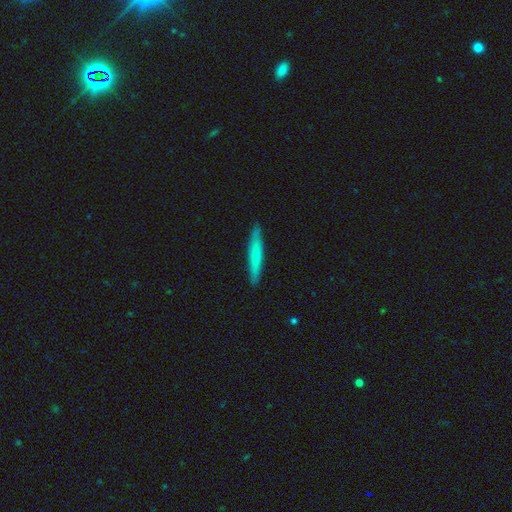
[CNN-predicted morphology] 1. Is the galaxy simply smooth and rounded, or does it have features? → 66% smooth, 29% featured or disk, 5% star or artifact.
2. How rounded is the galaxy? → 94% cigar-shaped, 5% in between, 1% round.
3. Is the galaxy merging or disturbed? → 91% none, 7% minor disturbance, 1% major disturbance, 1% merger.